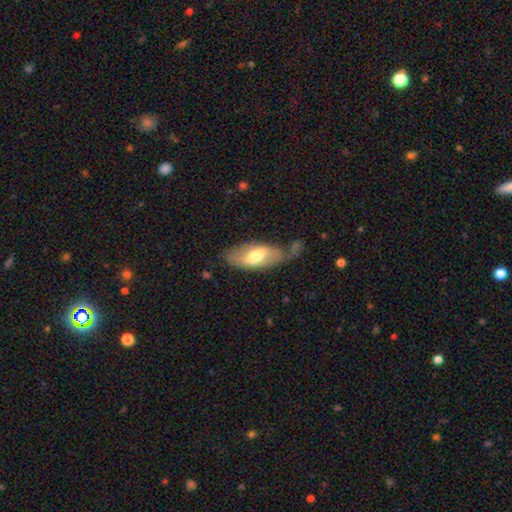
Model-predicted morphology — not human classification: This appears to be a smooth galaxy with no disk features (52%) that is in between round and cigar-shaped (85%). Merging: none (53%).